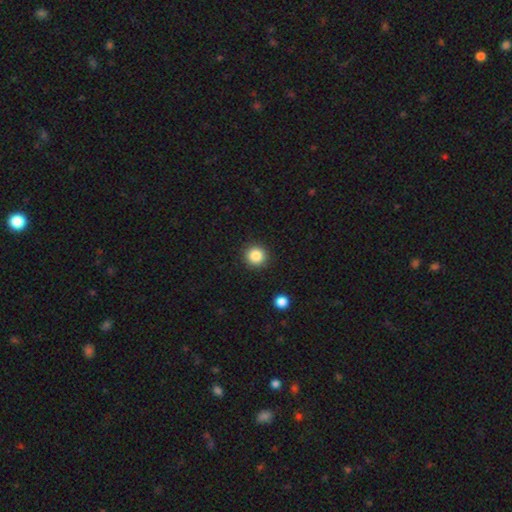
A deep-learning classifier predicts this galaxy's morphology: smooth 85%, star or artifact 10%, featured or disk 5%. Down the decision tree: how rounded — round (94%); merging — none (91%).